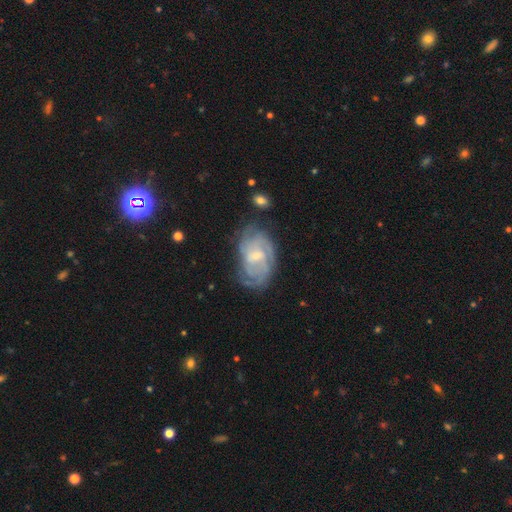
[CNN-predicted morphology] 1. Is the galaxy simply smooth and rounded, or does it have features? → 76% featured or disk, 17% smooth, 7% star or artifact.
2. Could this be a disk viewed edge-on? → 97% no, 3% yes.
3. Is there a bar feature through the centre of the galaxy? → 54% weak, 36% no, 9% strong.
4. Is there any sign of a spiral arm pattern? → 88% yes, 12% no.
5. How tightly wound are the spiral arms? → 52% tight, 36% medium, 12% loose.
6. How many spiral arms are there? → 47% can't tell, 19% 2, 16% 3, 9% 4, 5% 1, 4% more than 4.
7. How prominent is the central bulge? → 49% small, 40% moderate, 7% none, 3% large, 1% dominant.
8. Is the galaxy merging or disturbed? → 57% none, 26% minor disturbance, 15% major disturbance, 3% merger.